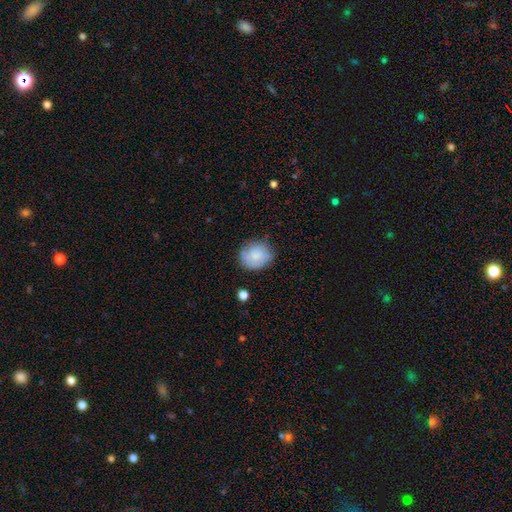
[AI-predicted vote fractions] smooth_or_featured: smooth (p=0.79) [alt: featured or disk p=0.14]
how_rounded: round (p=0.71) [alt: in between p=0.28]
merging: none (p=0.73) [alt: minor disturbance p=0.20]